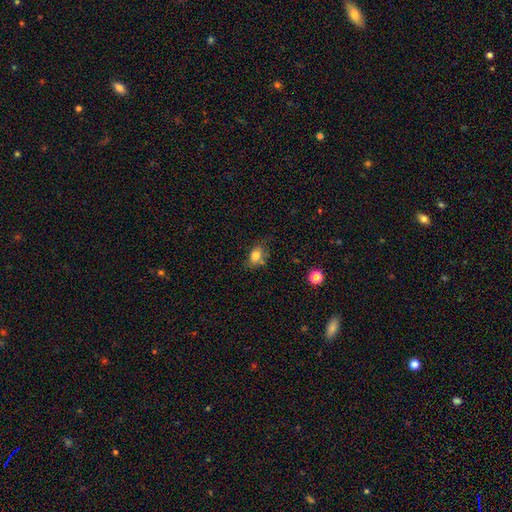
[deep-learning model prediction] smooth 78%, featured or disk 11%, star or artifact 11%. Down the decision tree: how rounded — in between (72%); merging — none (60%).